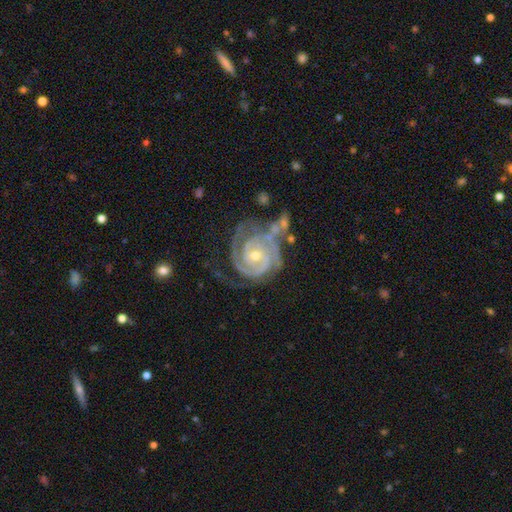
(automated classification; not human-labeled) Smooth or featured? Predicted: featured or disk (p=0.92). Edge-on disk? Predicted: no (p=0.98). Bar? Predicted: no (p=0.65). Spiral arms? Predicted: yes (p=0.98). Spiral winding? Predicted: tight (p=0.79). Spiral arm count? Predicted: 2 (p=0.43). Bulge size? Predicted: small (p=0.54). Merging? Predicted: none (p=0.51).